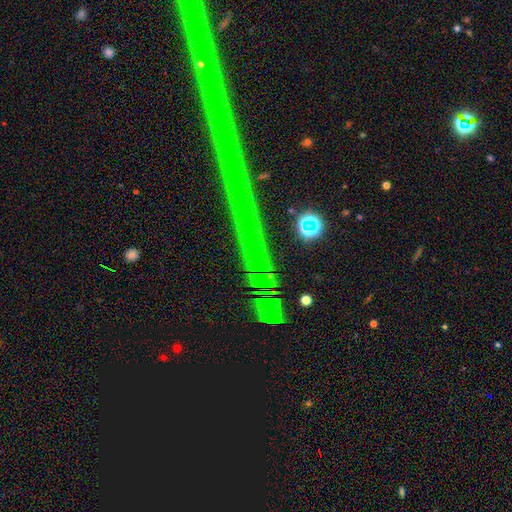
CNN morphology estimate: Smooth or featured? Predicted: star or artifact (p=0.75).